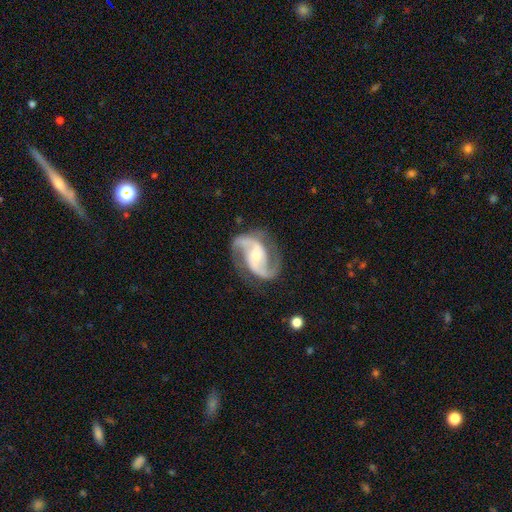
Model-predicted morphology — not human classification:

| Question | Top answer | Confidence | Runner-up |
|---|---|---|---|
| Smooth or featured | featured or disk | 92% | star or artifact (4%) |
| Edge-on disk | no | 98% | yes (2%) |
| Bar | weak | 40% | no (38%) |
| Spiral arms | yes | 98% | no (2%) |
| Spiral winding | medium | 55% | loose (32%) |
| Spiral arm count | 2 | 93% | can't tell (2%) |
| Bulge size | moderate | 47% | small (46%) |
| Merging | none | 79% | minor disturbance (13%) |